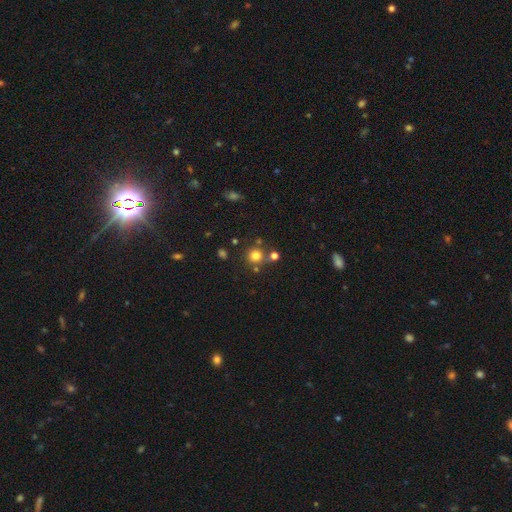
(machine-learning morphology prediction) smooth 76%, star or artifact 16%, featured or disk 8%. Down the decision tree: how rounded — round (92%); merging — none (73%).